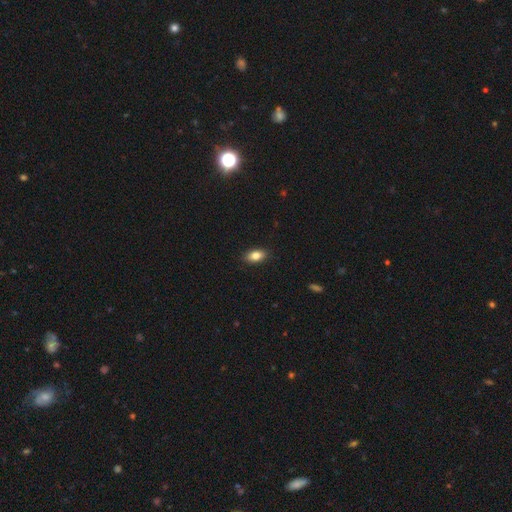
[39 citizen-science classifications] Smooth or featured? smooth (87%)
How rounded? in between (97%)
Merging? none (89%)